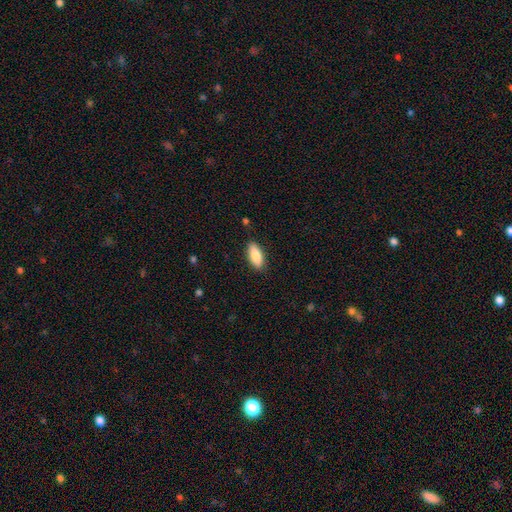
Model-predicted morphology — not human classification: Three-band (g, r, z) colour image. It shows a smooth galaxy with no disk features (86%) that is in between round and cigar-shaped (83%). Merging: none (86%).